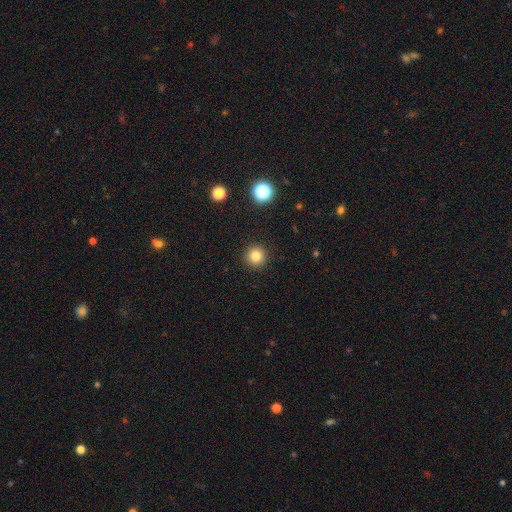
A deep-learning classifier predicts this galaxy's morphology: smooth_or_featured: smooth (p=0.82) [alt: star or artifact p=0.12]
how_rounded: round (p=0.96) [alt: in between p=0.03]
merging: none (p=0.93) [alt: minor disturbance p=0.04]